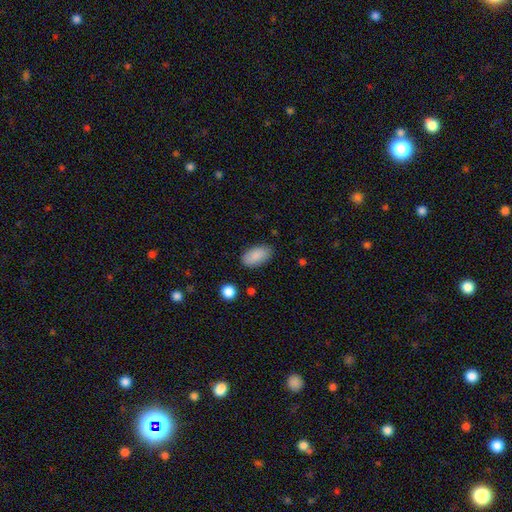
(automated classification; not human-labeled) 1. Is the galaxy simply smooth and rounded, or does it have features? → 88% smooth, 7% star or artifact, 5% featured or disk.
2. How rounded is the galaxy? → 94% in between, 3% round, 3% cigar-shaped.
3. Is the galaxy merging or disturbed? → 83% none, 12% minor disturbance, 3% major disturbance, 2% merger.